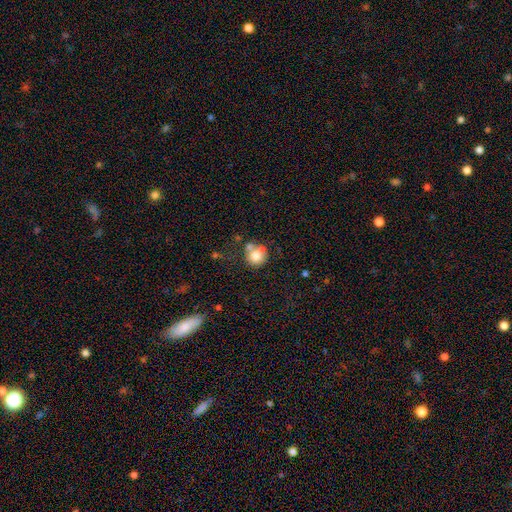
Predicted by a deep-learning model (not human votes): Smooth or featured?
  - smooth: 75% *
  - featured or disk: 15%
  - star or artifact: 10%
How rounded?
  - round: 86% *
  - in between: 13%
  - cigar-shaped: 1%
Merging?
  - none: 51% *
  - merger: 28%
  - minor disturbance: 15%
  - major disturbance: 6%